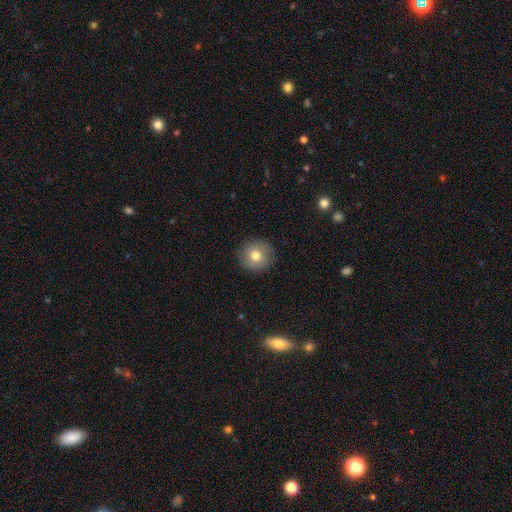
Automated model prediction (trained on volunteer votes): smooth-or-featured: smooth: 76% | featured or disk: 14% | star or artifact: 10%
  how-rounded: round: 90% | in between: 9% | cigar-shaped: 1%
  merging: none: 88% | minor disturbance: 9% | major disturbance: 2% | merger: 1%